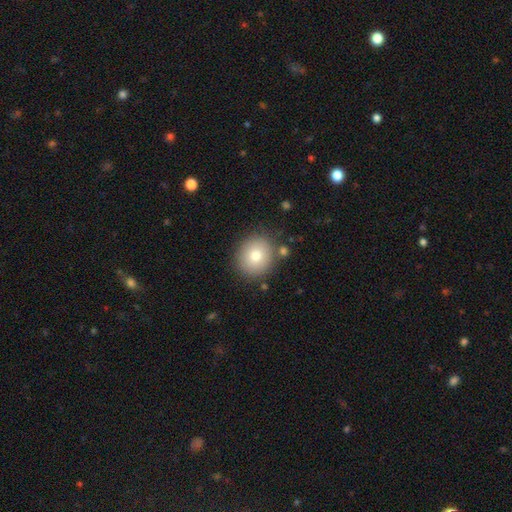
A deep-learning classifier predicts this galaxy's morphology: A smooth galaxy with no disk features (77%) that is round (83%).

Vote fractions:
- Smooth or featured? smooth: 77% / featured or disk: 13% / star or artifact: 10%
- How rounded? round: 83% / in between: 16% / cigar-shaped: 1%
- Merging? none: 83% / minor disturbance: 10% / merger: 4% / major disturbance: 3%